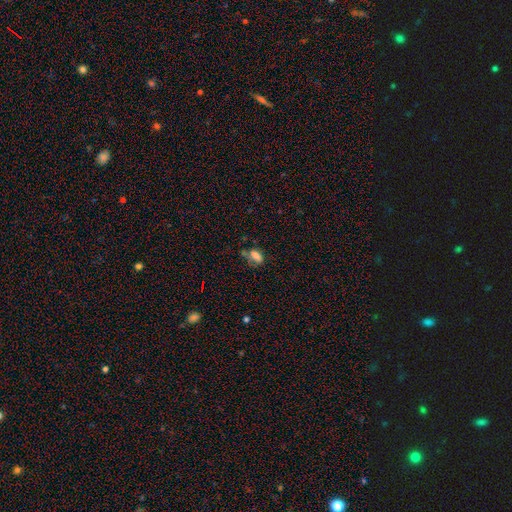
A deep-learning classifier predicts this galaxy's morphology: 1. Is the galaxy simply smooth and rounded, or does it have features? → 71% smooth, 15% star or artifact, 14% featured or disk.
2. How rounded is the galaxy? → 82% in between, 9% round, 8% cigar-shaped.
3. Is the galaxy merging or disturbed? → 43% none, 29% minor disturbance, 17% major disturbance, 11% merger.